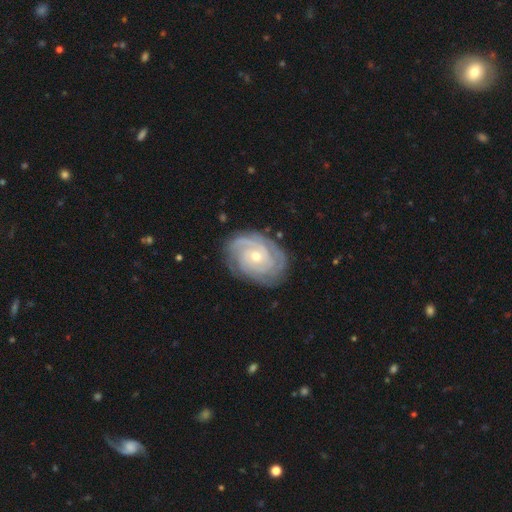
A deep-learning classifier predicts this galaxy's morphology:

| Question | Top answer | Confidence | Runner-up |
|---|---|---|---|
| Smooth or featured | featured or disk | 88% | smooth (7%) |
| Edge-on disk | no | 97% | yes (3%) |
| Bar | no | 75% | weak (20%) |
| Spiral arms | yes | 97% | no (3%) |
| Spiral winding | tight | 79% | medium (18%) |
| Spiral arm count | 3 | 28% | can't tell (24%) |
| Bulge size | small | 54% | moderate (43%) |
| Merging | none | 80% | minor disturbance (15%) |